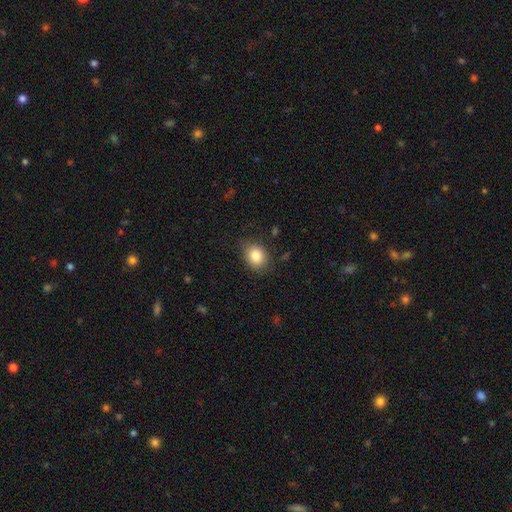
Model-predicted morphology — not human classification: A smooth galaxy with no disk features (84%) that is in between round and cigar-shaped (54%).

Vote fractions:
- Smooth or featured? smooth: 84% / star or artifact: 9% / featured or disk: 7%
- How rounded? in between: 54% / round: 45% / cigar-shaped: 1%
- Merging? none: 77% / minor disturbance: 17% / major disturbance: 4% / merger: 1%